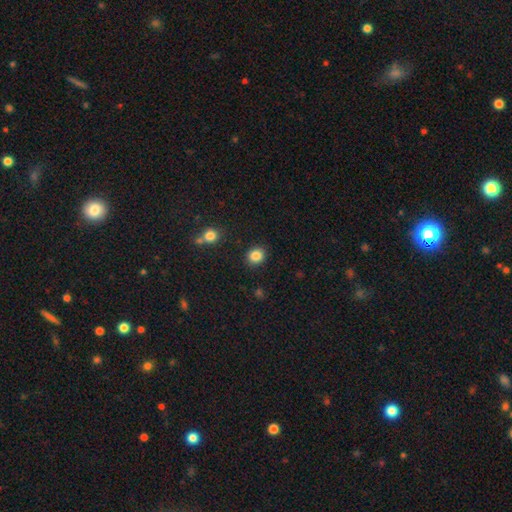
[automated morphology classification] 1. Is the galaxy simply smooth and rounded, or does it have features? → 85% smooth, 11% star or artifact, 4% featured or disk.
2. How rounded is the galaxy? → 74% round, 25% in between, 1% cigar-shaped.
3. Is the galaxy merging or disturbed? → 88% none, 7% minor disturbance, 2% major disturbance, 2% merger.